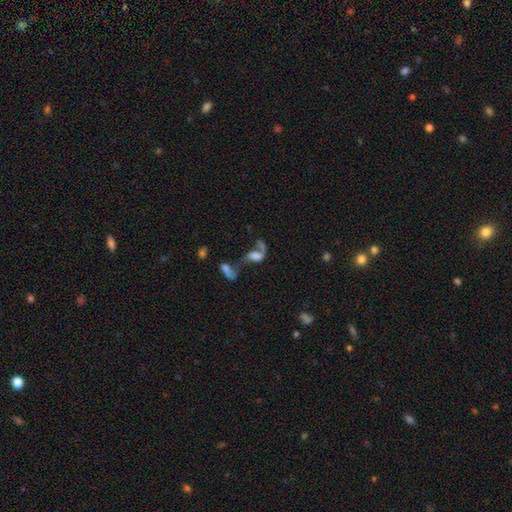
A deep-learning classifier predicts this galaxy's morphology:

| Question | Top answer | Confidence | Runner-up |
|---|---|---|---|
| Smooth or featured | featured or disk | 55% | smooth (32%) |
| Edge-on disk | no | 94% | yes (6%) |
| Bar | no | 61% | weak (28%) |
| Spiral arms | yes | 71% | no (29%) |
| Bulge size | none | 39% | large (22%) |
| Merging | merger | 53% | major disturbance (22%) |